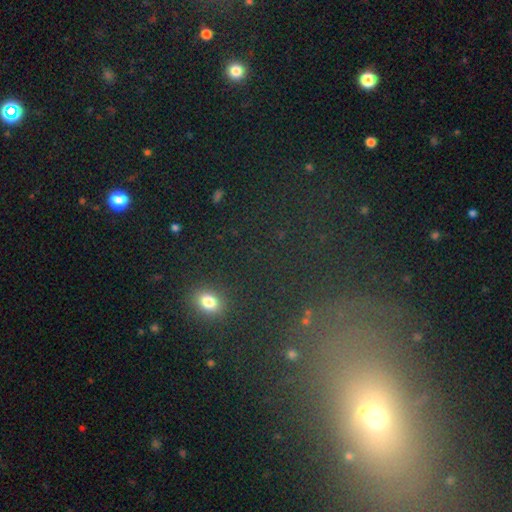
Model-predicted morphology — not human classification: Q: Smooth or featured?
A: smooth (47%); runner-up: star or artifact (38%)
Q: Merging?
A: none (74%); runner-up: minor disturbance (11%)